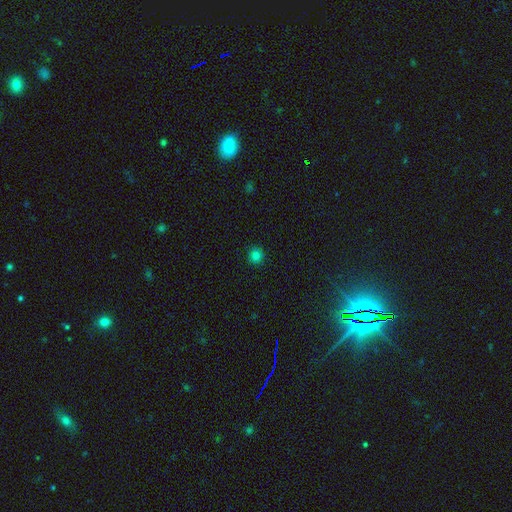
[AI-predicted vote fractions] Q: Smooth or featured?
A: smooth (81%); runner-up: star or artifact (15%)
Q: How rounded?
A: round (93%); runner-up: in between (6%)
Q: Merging?
A: none (92%); runner-up: minor disturbance (5%)